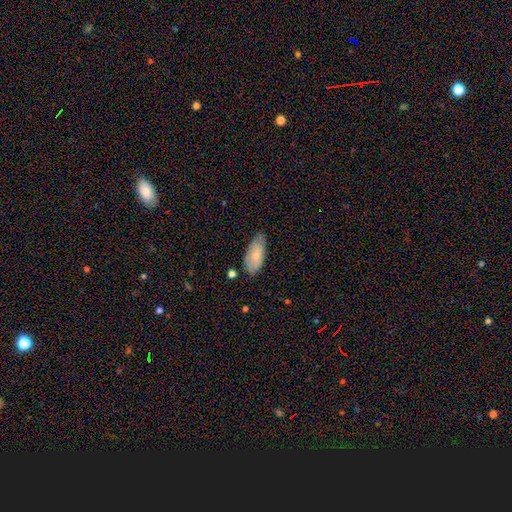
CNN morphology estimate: A smooth galaxy with no disk features (74%) that is in between round and cigar-shaped (88%). Merging: none (61%).